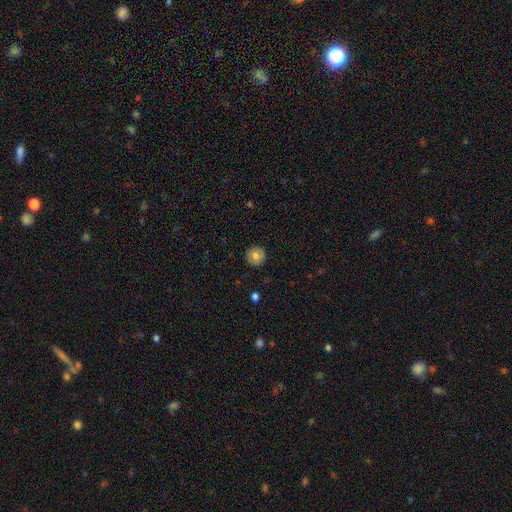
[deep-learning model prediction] A smooth galaxy with no disk features (70%) that is round (93%).

Vote fractions:
- Smooth or featured? smooth: 70% / featured or disk: 22% / star or artifact: 8%
- How rounded? round: 93% / in between: 6% / cigar-shaped: 1%
- Merging? none: 89% / minor disturbance: 8% / major disturbance: 2% / merger: 1%